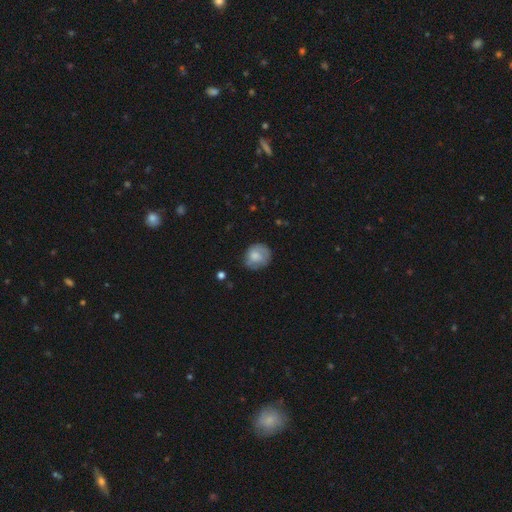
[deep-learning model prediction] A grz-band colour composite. It shows a smooth galaxy with no disk features (70%) that is round (76%). Merging: none (63%).